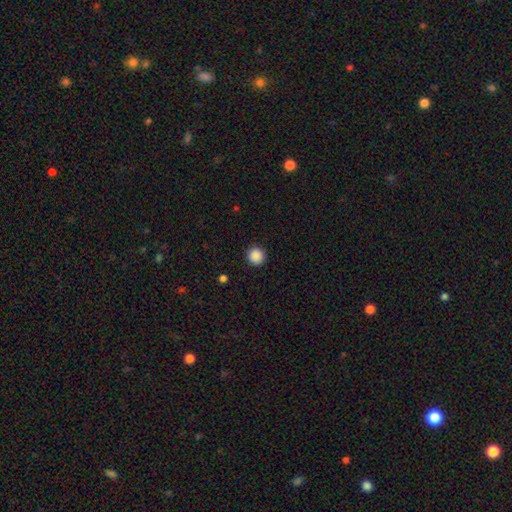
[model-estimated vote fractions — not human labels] Smooth or featured?
  - smooth: 88% *
  - star or artifact: 9%
  - featured or disk: 2%
How rounded?
  - round: 95% *
  - in between: 4%
  - cigar-shaped: 1%
Merging?
  - none: 92% *
  - minor disturbance: 5%
  - major disturbance: 2%
  - merger: 1%